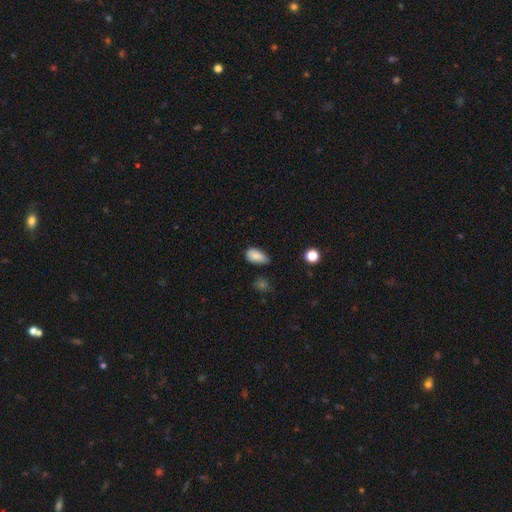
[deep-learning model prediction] A smooth galaxy with no disk features (85%) that is in between round and cigar-shaped (91%). Merging: none (52%).